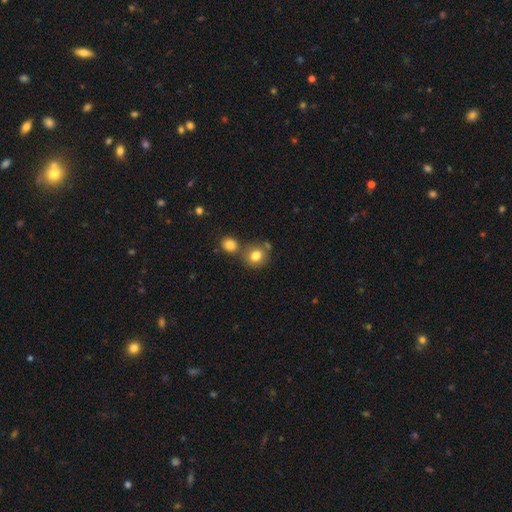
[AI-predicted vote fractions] This appears to be a smooth galaxy with no disk features (80%) that is round (82%). Merging: none (63%).